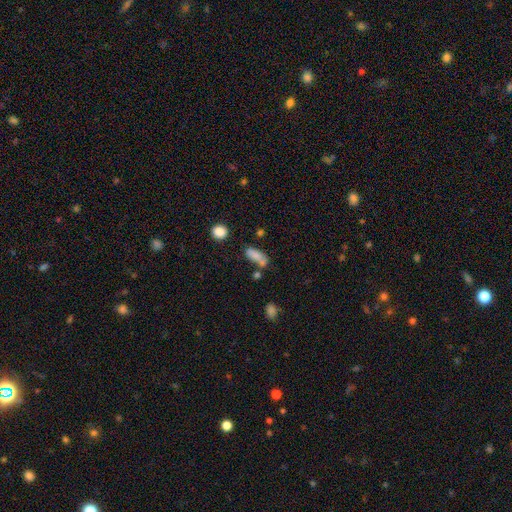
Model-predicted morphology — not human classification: Smooth or featured?
  - smooth: 76% *
  - featured or disk: 13%
  - star or artifact: 11%
How rounded?
  - in between: 76% *
  - cigar-shaped: 18%
  - round: 5%
Merging?
  - none: 39% *
  - merger: 35%
  - minor disturbance: 17%
  - major disturbance: 9%